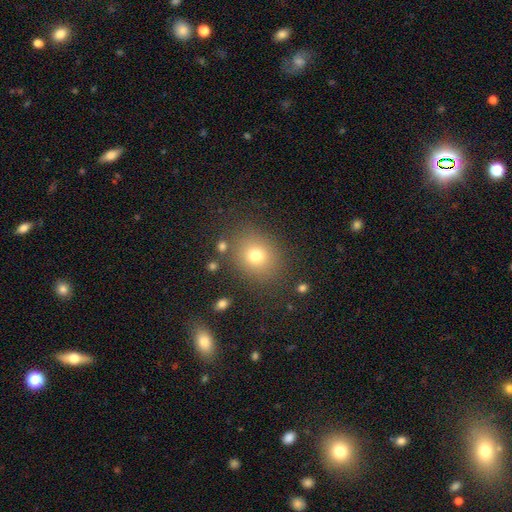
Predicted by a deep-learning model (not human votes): A smooth galaxy with no disk features (74%) that is round (66%). Merging: none (82%).